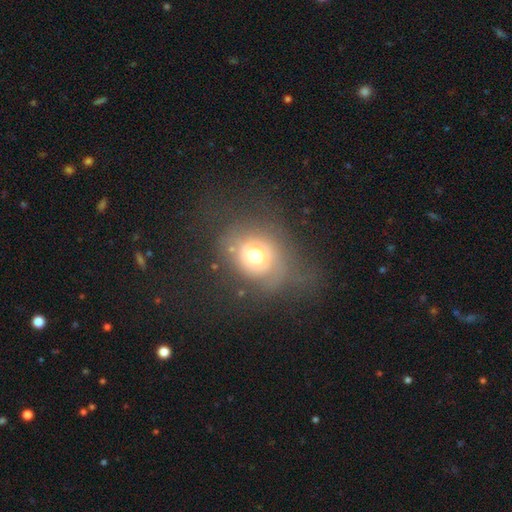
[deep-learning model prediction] Smooth or featured: smooth — 61% (featured or disk — 24%)
How rounded: round — 70% (in between — 29%)
Merging: none — 49% (major disturbance — 26%)